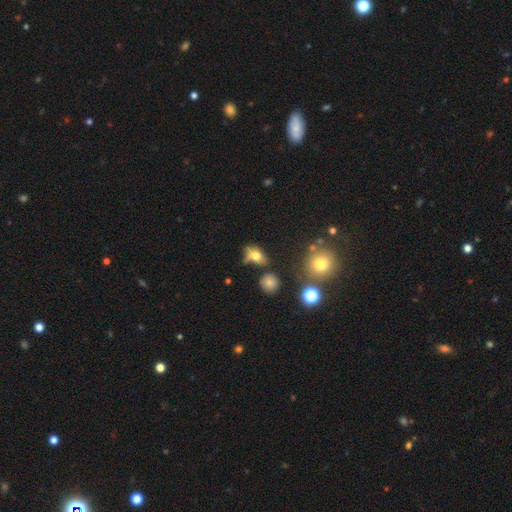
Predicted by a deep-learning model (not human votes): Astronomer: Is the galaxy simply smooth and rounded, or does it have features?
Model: smooth — 70%.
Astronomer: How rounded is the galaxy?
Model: in between — 73%.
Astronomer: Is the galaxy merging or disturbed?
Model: none — 45% (runner-up: minor disturbance, 26%).